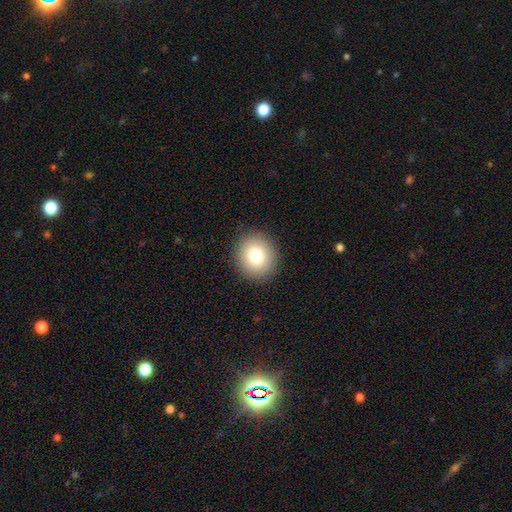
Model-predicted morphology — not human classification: smooth_or_featured: smooth (p=0.79) [alt: star or artifact p=0.11]
how_rounded: round (p=0.81) [alt: in between p=0.18]
merging: none (p=0.91) [alt: minor disturbance p=0.06]